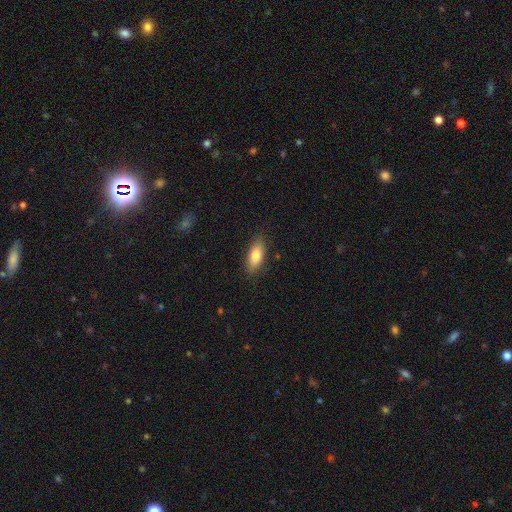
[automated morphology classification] smooth_or_featured: smooth (p=0.81) [alt: featured or disk p=0.12]
how_rounded: in between (p=0.79) [alt: cigar-shaped p=0.18]
merging: none (p=0.85) [alt: minor disturbance p=0.11]